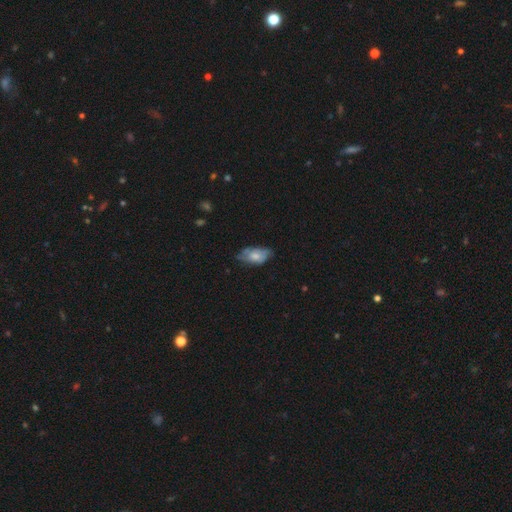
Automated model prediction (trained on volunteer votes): smooth 50%, featured or disk 43%, star or artifact 7%. Down the decision tree: how rounded — in between (90%); merging — none (54%).